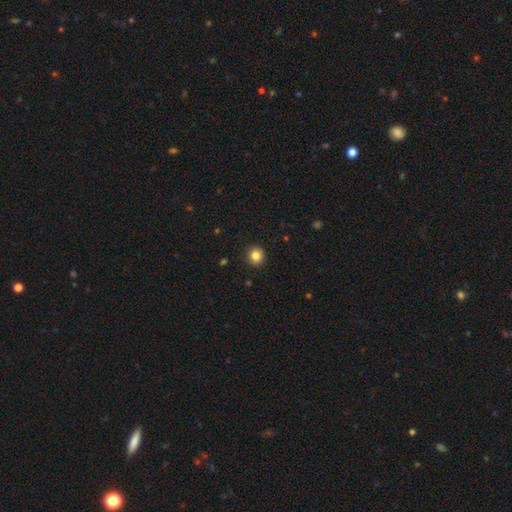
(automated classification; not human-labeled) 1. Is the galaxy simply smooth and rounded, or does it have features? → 84% smooth, 11% star or artifact, 5% featured or disk.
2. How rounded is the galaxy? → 89% round, 10% in between, 1% cigar-shaped.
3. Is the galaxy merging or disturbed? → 92% none, 6% minor disturbance, 2% major disturbance, 1% merger.